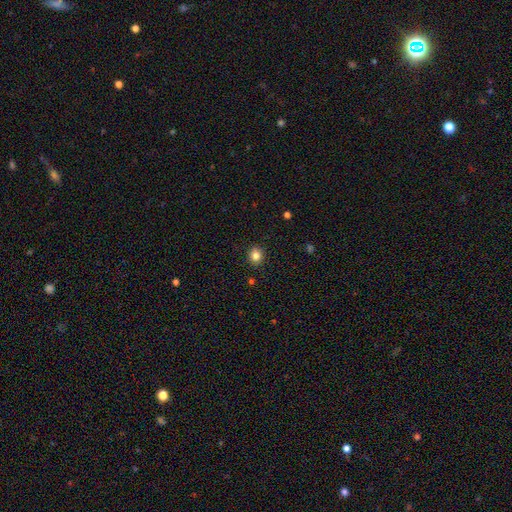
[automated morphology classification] Smooth or featured? smooth (83%)
How rounded? round (79%)
Merging? none (91%)